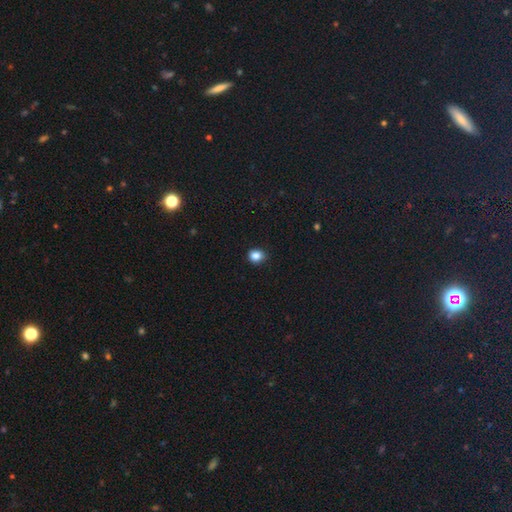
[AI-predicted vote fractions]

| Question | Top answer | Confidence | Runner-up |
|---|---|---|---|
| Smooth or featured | smooth | 84% | star or artifact (11%) |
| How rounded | round | 65% | in between (34%) |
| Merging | none | 84% | minor disturbance (13%) |